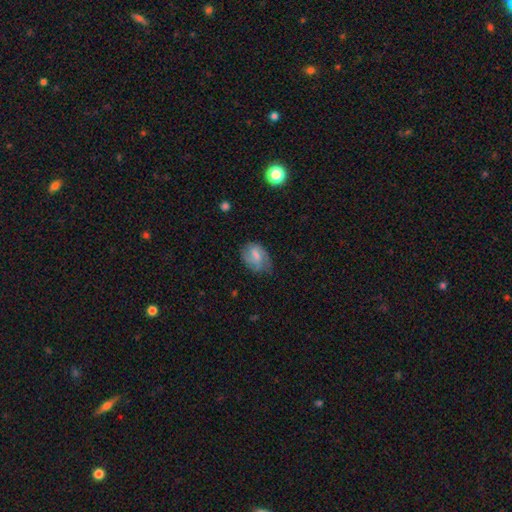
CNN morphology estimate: Smooth or featured? Predicted: featured or disk (p=0.48). Merging? Predicted: none (p=0.54).